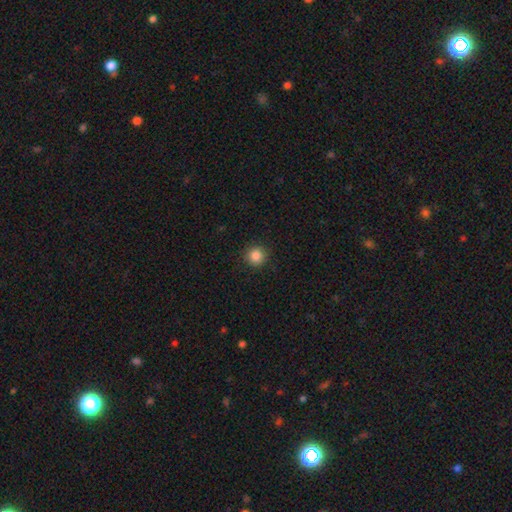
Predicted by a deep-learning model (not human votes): Smooth or featured? smooth (86%)
How rounded? round (94%)
Merging? none (91%)